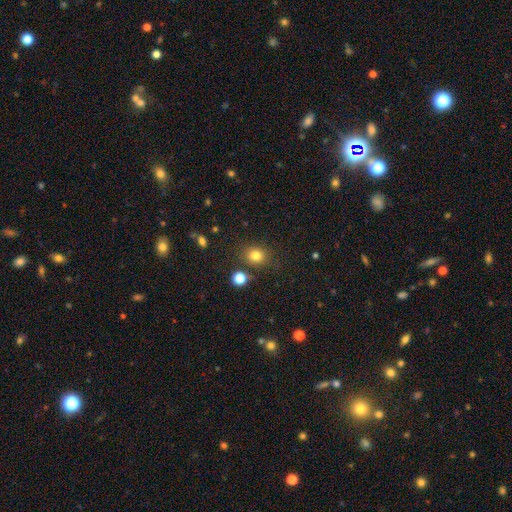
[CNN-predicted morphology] smooth 80%, star or artifact 13%, featured or disk 7%. Down the decision tree: how rounded — round (66%); merging — none (80%).